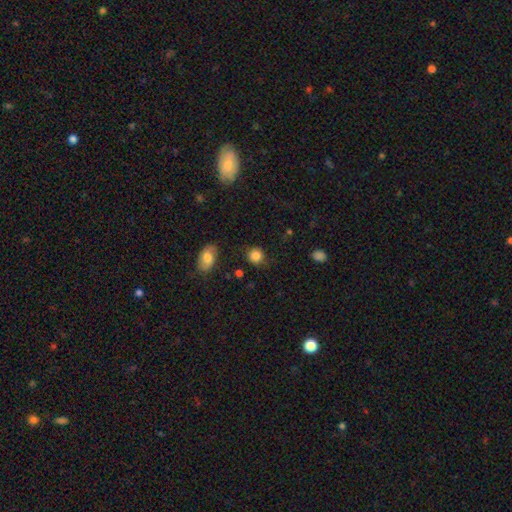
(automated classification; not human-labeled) This appears to be a smooth galaxy with no disk features (85%) that is round (86%). Merging: none (79%).